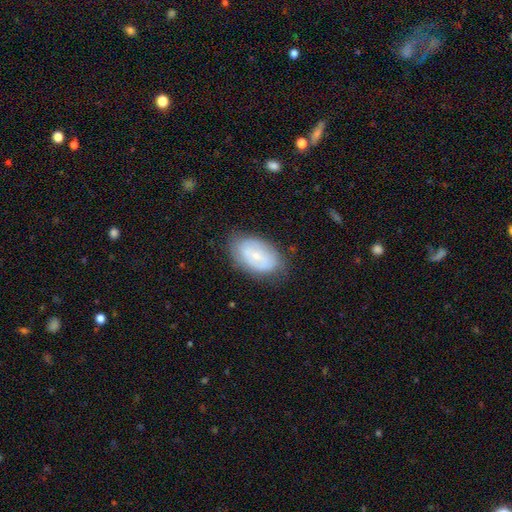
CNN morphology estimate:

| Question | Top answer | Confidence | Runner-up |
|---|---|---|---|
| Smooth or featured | smooth | 47% | featured or disk (45%) |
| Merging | none | 77% | minor disturbance (17%) |